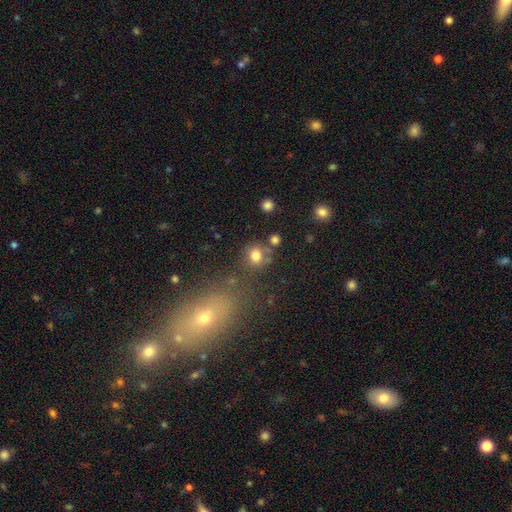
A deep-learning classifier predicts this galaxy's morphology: smooth 77%, star or artifact 15%, featured or disk 8%. Down the decision tree: how rounded — round (80%); merging — none (68%).